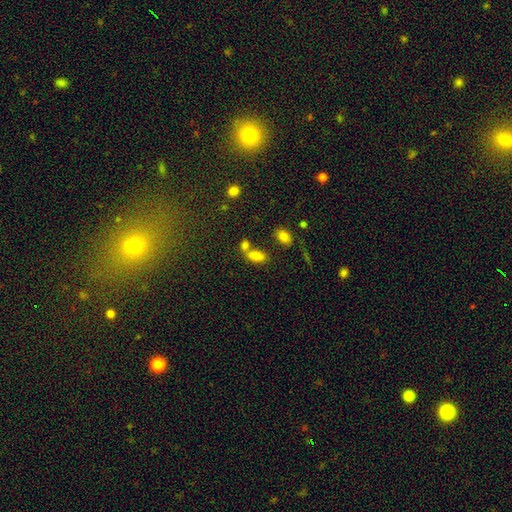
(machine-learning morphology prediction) smooth 79%, star or artifact 12%, featured or disk 9%. Down the decision tree: how rounded — in between (86%); merging — none (42%).